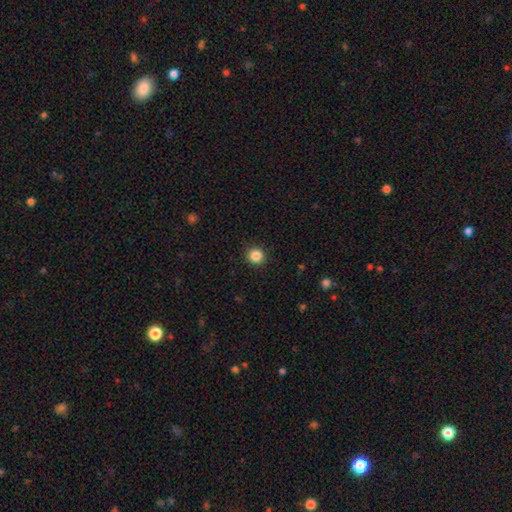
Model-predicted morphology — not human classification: Smooth or featured? smooth (86%)
How rounded? round (93%)
Merging? none (92%)